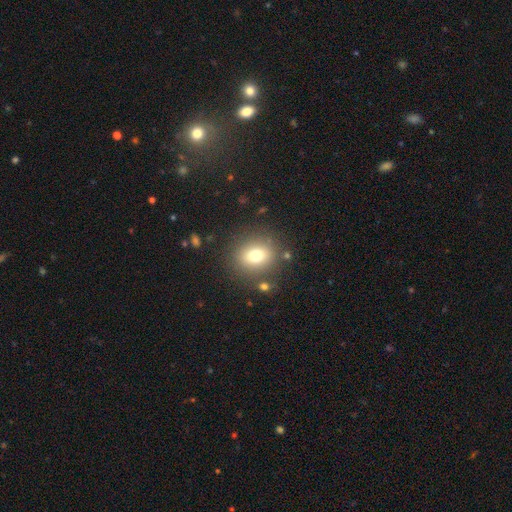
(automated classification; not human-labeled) A smooth galaxy with no disk features (75%) that is round (66%).

Vote fractions:
- Smooth or featured? smooth: 75% / featured or disk: 13% / star or artifact: 12%
- How rounded? round: 66% / in between: 33% / cigar-shaped: 1%
- Merging? none: 82% / minor disturbance: 9% / major disturbance: 4% / merger: 4%